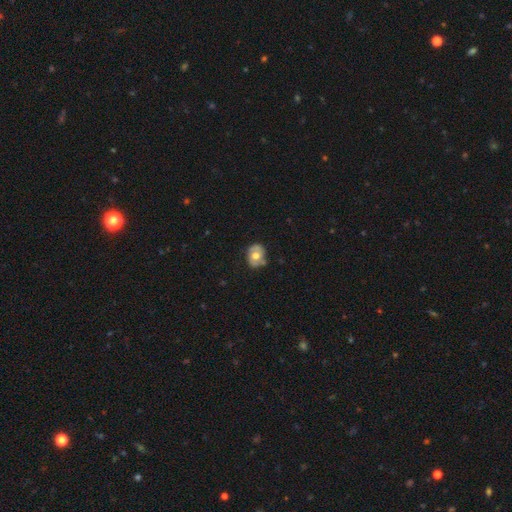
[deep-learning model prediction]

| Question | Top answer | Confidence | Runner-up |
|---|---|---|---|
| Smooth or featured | smooth | 50% | featured or disk (42%) |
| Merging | none | 67% | minor disturbance (24%) |